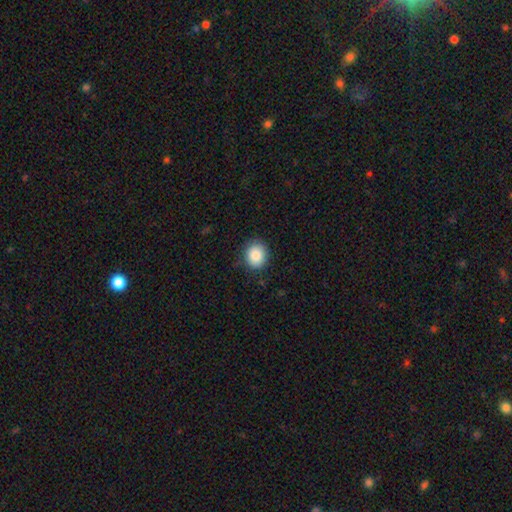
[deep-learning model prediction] Smooth or featured: smooth — 87% (star or artifact — 8%)
How rounded: round — 75% (in between — 24%)
Merging: none — 86% (minor disturbance — 11%)